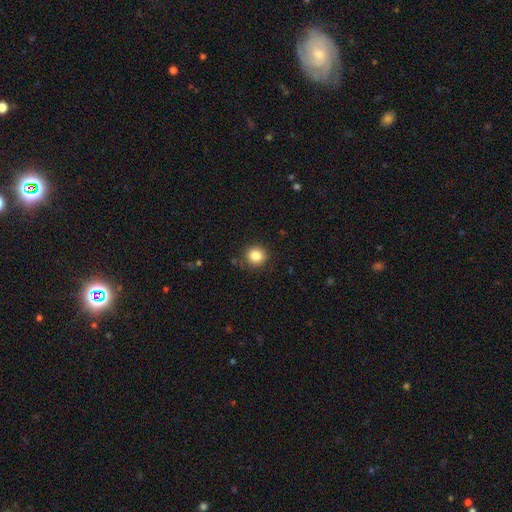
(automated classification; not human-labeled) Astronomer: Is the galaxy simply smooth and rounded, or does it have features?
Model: smooth — 84%.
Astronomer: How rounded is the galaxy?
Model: round — 91%.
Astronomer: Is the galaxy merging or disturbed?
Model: none — 88%.